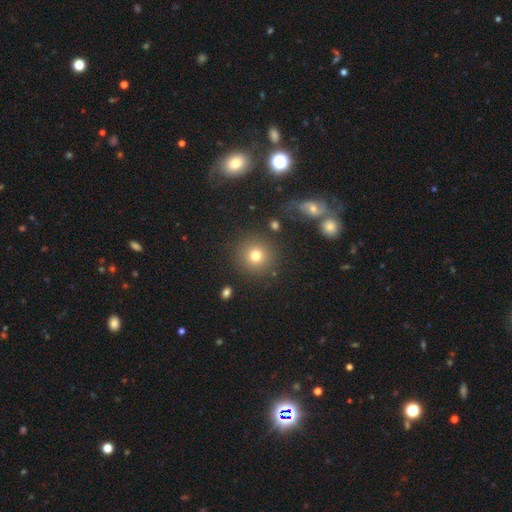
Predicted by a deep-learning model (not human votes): smooth_or_featured: smooth (p=0.77) [alt: star or artifact p=0.14]
how_rounded: round (p=0.93) [alt: in between p=0.06]
merging: none (p=0.86) [alt: minor disturbance p=0.07]